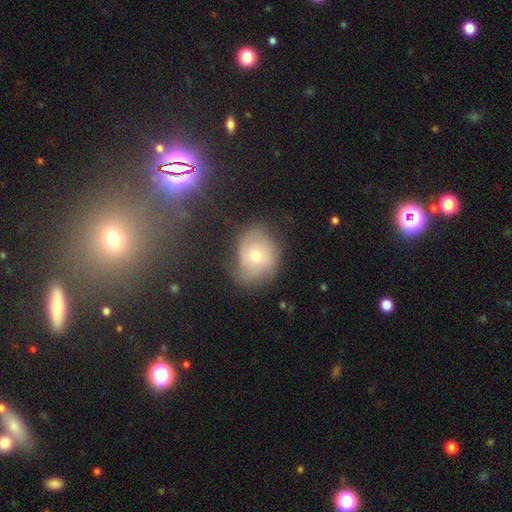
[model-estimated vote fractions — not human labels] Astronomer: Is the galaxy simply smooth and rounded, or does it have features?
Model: featured or disk — 49% (runner-up: smooth, 40%).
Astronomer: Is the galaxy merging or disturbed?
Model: none — 57%.